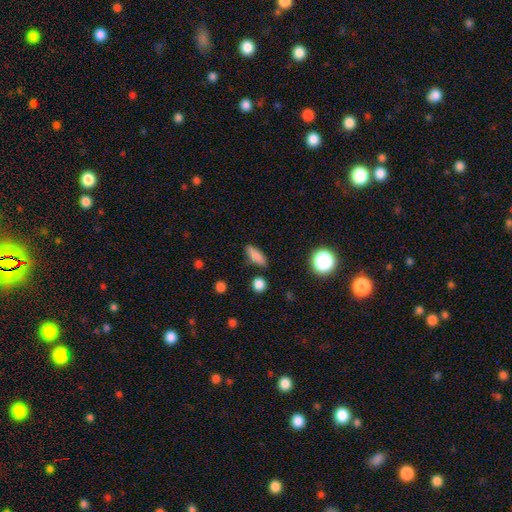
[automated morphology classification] The model was most divided on "how rounded": in between: 56%, cigar-shaped: 38%, round: 5%. More confident: merging — none (83%); smooth or featured — smooth (82%).